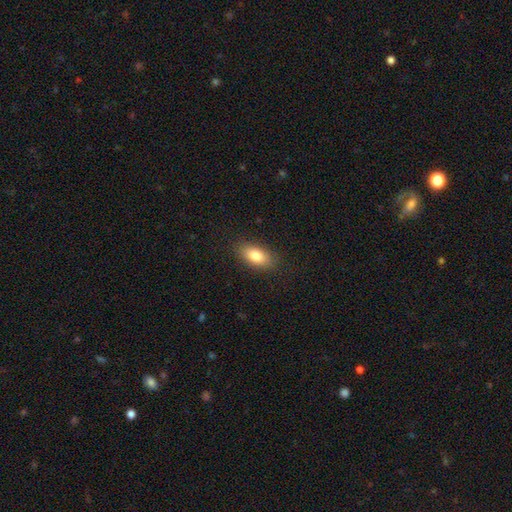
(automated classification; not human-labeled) This appears to be a smooth galaxy with no disk features (82%) that is in between round and cigar-shaped (89%). Merging: none (87%).